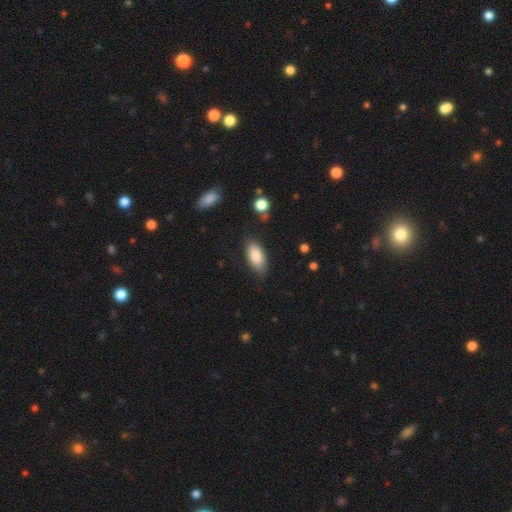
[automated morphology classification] smooth 85%, featured or disk 9%, star or artifact 6%. Down the decision tree: how rounded — in between (88%); merging — none (79%).